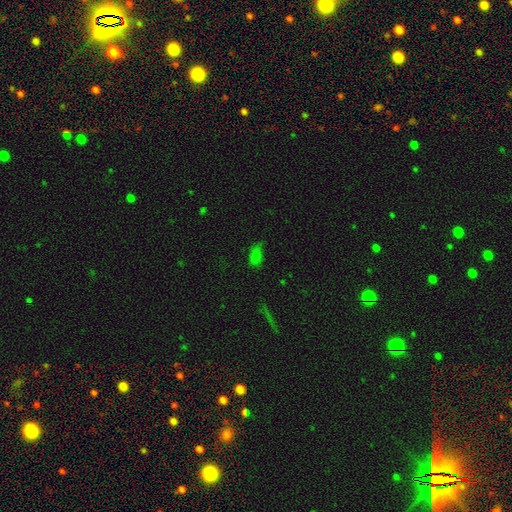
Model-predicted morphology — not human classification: Smooth or featured? smooth (67%)
How rounded? in between (86%)
Merging? none (60%)